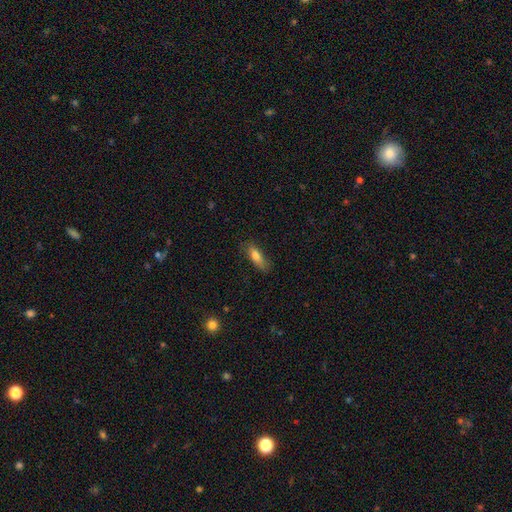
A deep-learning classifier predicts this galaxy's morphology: This appears to be a smooth galaxy with no disk features (77%) that is in between round and cigar-shaped (55%). Merging: none (77%).